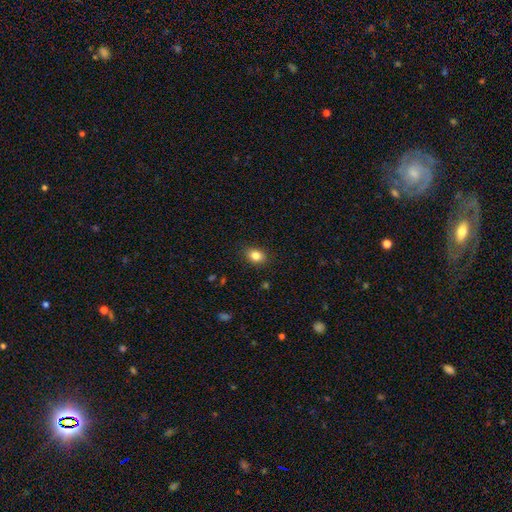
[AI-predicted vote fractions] Smooth or featured? smooth (84%)
How rounded? in between (67%)
Merging? none (87%)